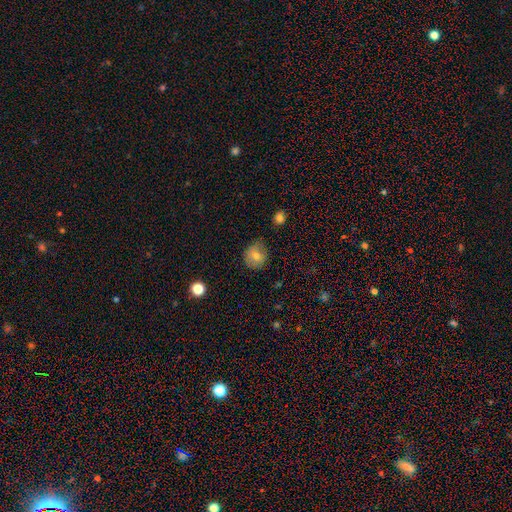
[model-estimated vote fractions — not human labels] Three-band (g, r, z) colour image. It shows a smooth galaxy with no disk features (75%) that is round (79%). Merging: none (70%).